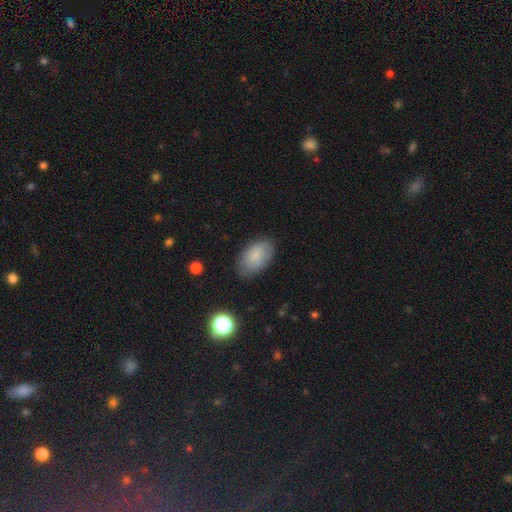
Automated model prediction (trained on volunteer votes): smooth-or-featured: smooth: 84% | featured or disk: 8% | star or artifact: 8%
  how-rounded: in between: 93% | round: 5% | cigar-shaped: 1%
  merging: none: 80% | minor disturbance: 15% | major disturbance: 4% | merger: 1%